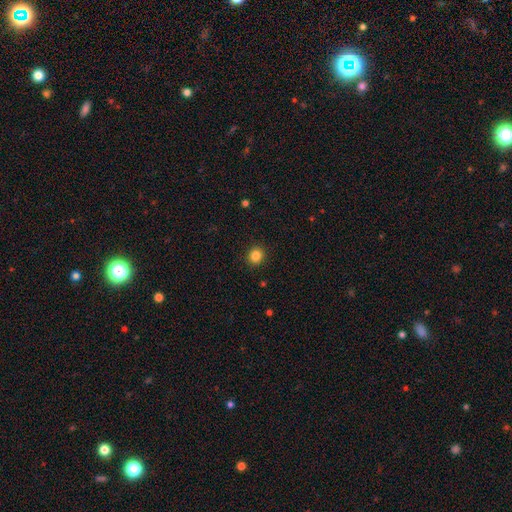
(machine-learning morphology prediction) Smooth or featured?
  - smooth: 84% *
  - star or artifact: 11%
  - featured or disk: 4%
How rounded?
  - round: 84% *
  - in between: 15%
  - cigar-shaped: 1%
Merging?
  - none: 91% *
  - minor disturbance: 6%
  - major disturbance: 2%
  - merger: 1%